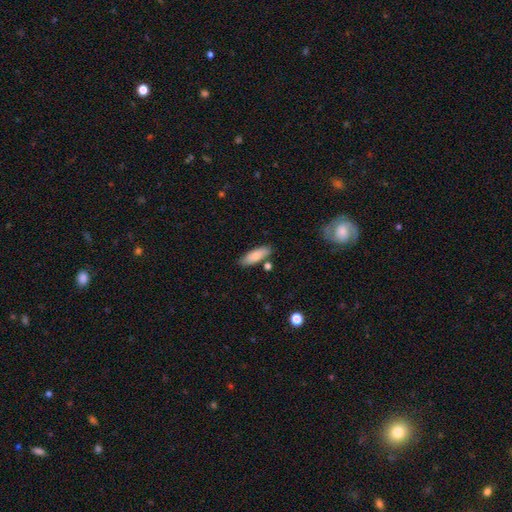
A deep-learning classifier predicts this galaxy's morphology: A smooth galaxy with no disk features (81%) that is in between round and cigar-shaped (65%).

Vote fractions:
- Smooth or featured? smooth: 81% / featured or disk: 12% / star or artifact: 6%
- How rounded? in between: 65% / cigar-shaped: 33% / round: 2%
- Merging? none: 80% / minor disturbance: 12% / merger: 6% / major disturbance: 2%